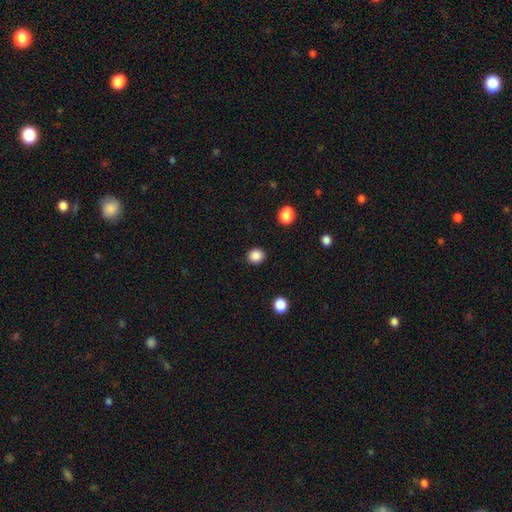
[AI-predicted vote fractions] Q: Smooth or featured?
A: smooth (87%); runner-up: star or artifact (10%)
Q: How rounded?
A: round (85%); runner-up: in between (14%)
Q: Merging?
A: none (90%); runner-up: minor disturbance (6%)